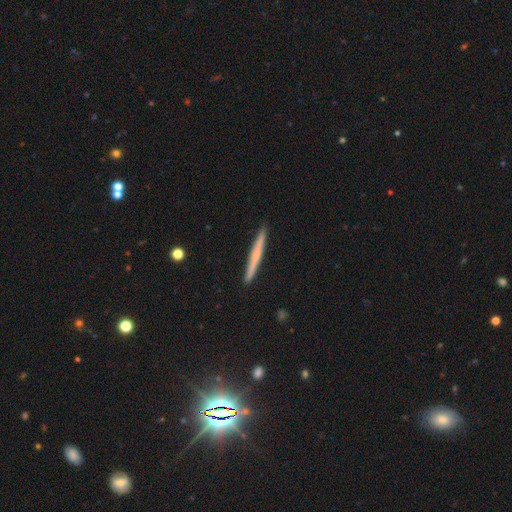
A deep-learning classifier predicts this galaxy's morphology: This appears to be a smooth galaxy with no disk features (52%) that is cigar-shaped (97%). Merging: none (92%).